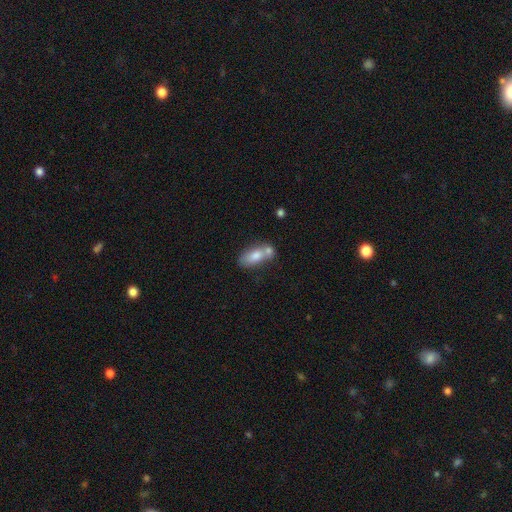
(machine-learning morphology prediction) The model was most divided on "merging": merger: 45%, none: 36%, minor disturbance: 14%, major disturbance: 5%. More confident: how rounded — in between (85%); smooth or featured — smooth (74%).